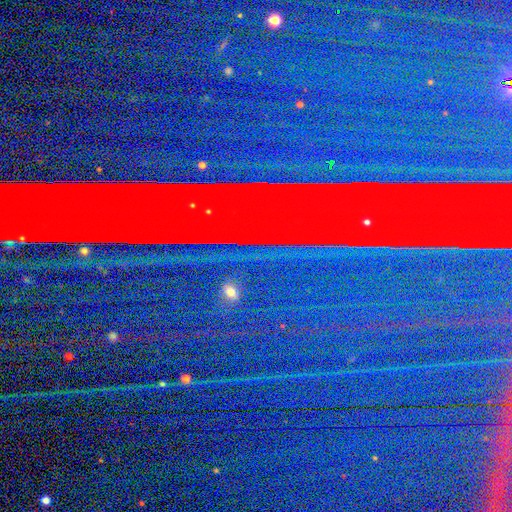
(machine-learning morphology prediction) A star or artifact, not a galaxy (87%).

Vote fractions:
- Smooth or featured? star or artifact: 87% / featured or disk: 7% / smooth: 7%